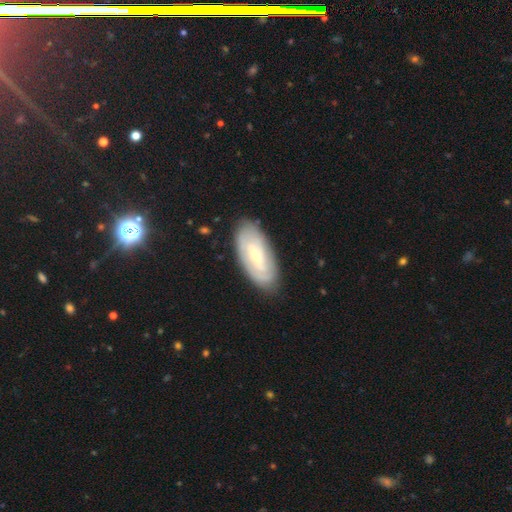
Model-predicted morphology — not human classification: Q: Smooth or featured?
A: featured or disk (68%); runner-up: smooth (26%)
Q: Edge-on disk?
A: no (91%); runner-up: yes (9%)
Q: Bar?
A: no (45%); runner-up: weak (39%)
Q: Spiral arms?
A: yes (77%); runner-up: no (23%)
Q: Bulge size?
A: small (62%); runner-up: moderate (35%)
Q: Merging?
A: none (83%); runner-up: minor disturbance (13%)